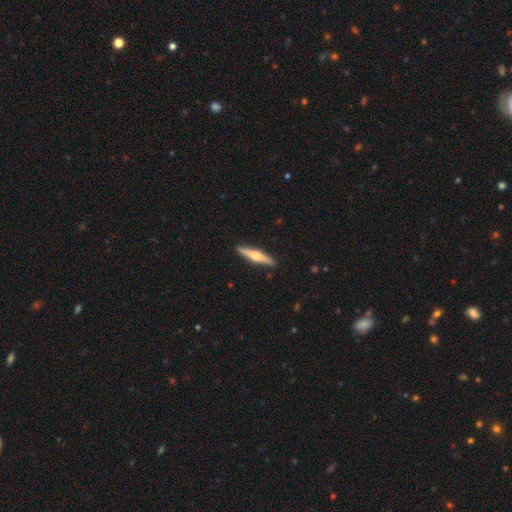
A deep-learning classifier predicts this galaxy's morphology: This appears to be a featured or disk galaxy (55%) viewed edge-on (96%) with a rounded central bulge (88%). Merging: none (91%).